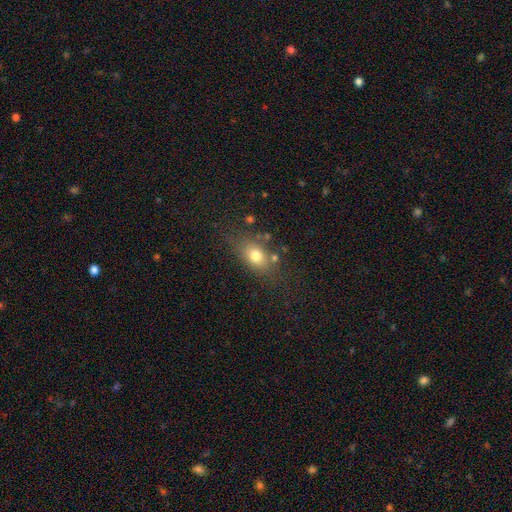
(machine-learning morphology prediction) A smooth galaxy with no disk features (75%) that is in between round and cigar-shaped (73%).

Vote fractions:
- Smooth or featured? smooth: 75% / featured or disk: 14% / star or artifact: 11%
- How rounded? in between: 73% / round: 23% / cigar-shaped: 4%
- Merging? none: 71% / minor disturbance: 17% / major disturbance: 7% / merger: 5%